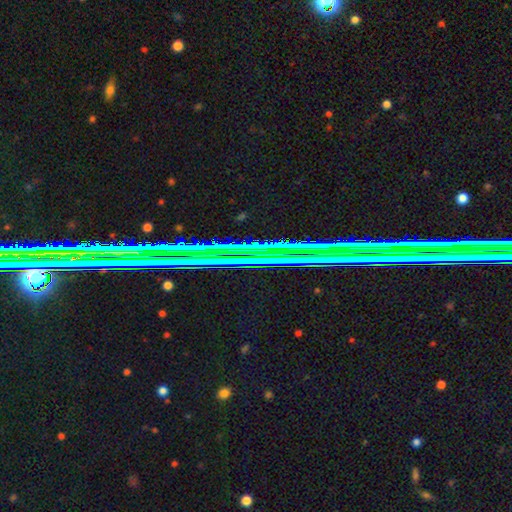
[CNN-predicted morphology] Q: Smooth or featured?
A: star or artifact (79%); runner-up: featured or disk (13%)